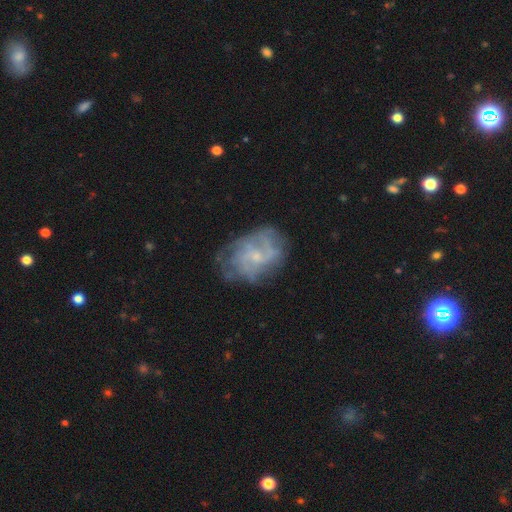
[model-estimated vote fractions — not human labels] Smooth or featured: featured or disk — 71% (smooth — 20%)
Edge-on disk: no — 97% (yes — 3%)
Bar: no — 59% (weak — 36%)
Spiral arms: yes — 77% (no — 23%)
Spiral winding: medium — 42% (tight — 32%)
Spiral arm count: can't tell — 46% (2 — 20%)
Bulge size: small — 66% (moderate — 22%)
Merging: none — 60% (minor disturbance — 23%)